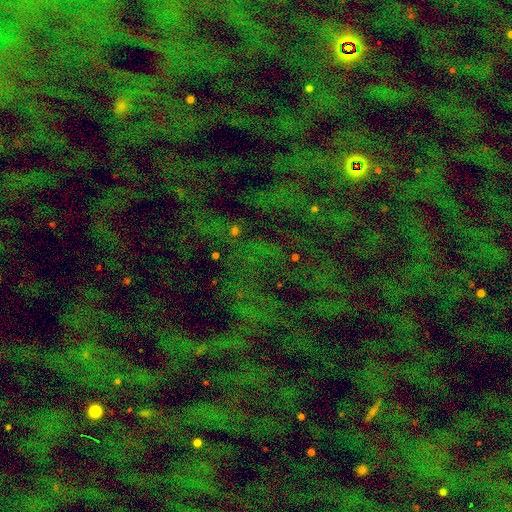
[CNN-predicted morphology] smooth_or_featured: star or artifact (p=0.73) [alt: smooth p=0.17]